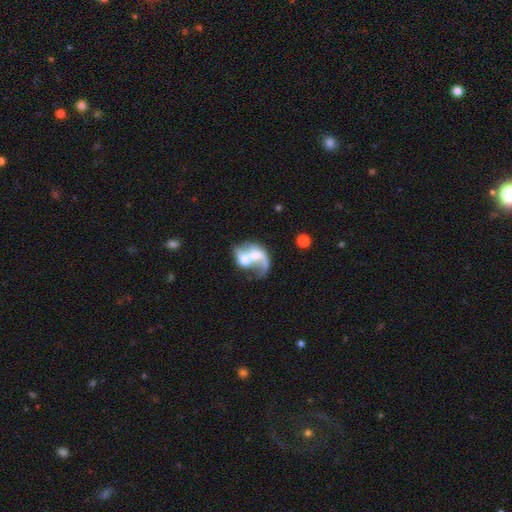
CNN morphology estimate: This is likely a featured or disk galaxy (60%). It is clearly not viewed edge-on (97%). Bar: likely no (69%). Spiral arm pattern: likely yes (61%). Central bulge: marginally moderate (44%). Merging: possibly merger (56%).